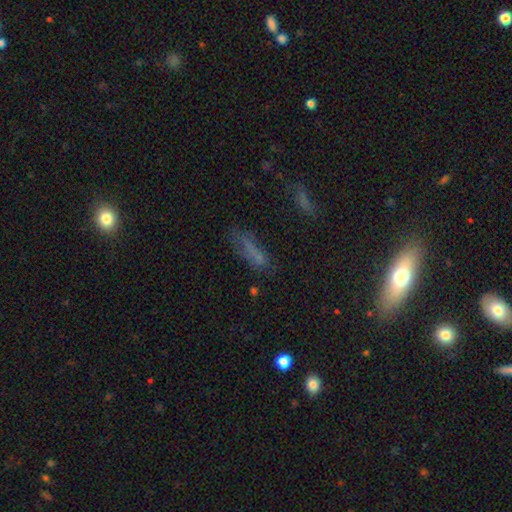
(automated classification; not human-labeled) Morphology: type=smooth (60%); roundness=cigar-shaped (60%); merging=none (56%).